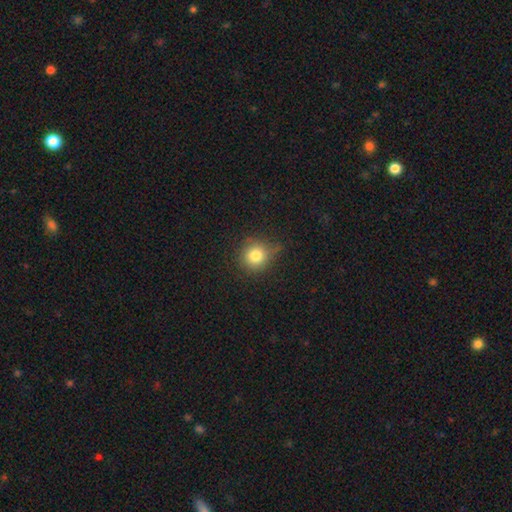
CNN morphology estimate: Q: Smooth or featured?
A: smooth (80%); runner-up: star or artifact (12%)
Q: How rounded?
A: round (90%); runner-up: in between (9%)
Q: Merging?
A: none (72%); runner-up: minor disturbance (21%)